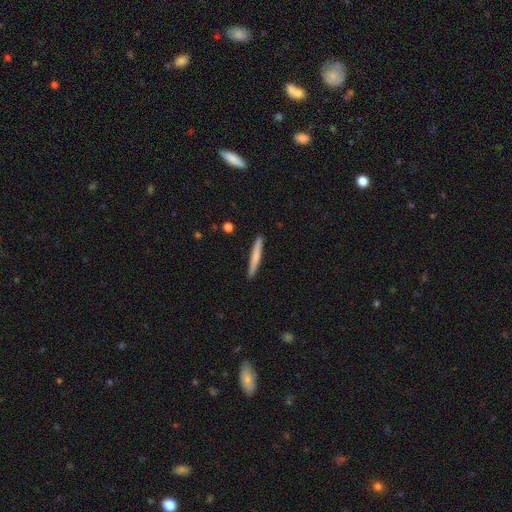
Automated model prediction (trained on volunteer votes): This is likely a smooth galaxy (69%). How rounded: clearly cigar-shaped (96%). Merging: clearly none (91%).